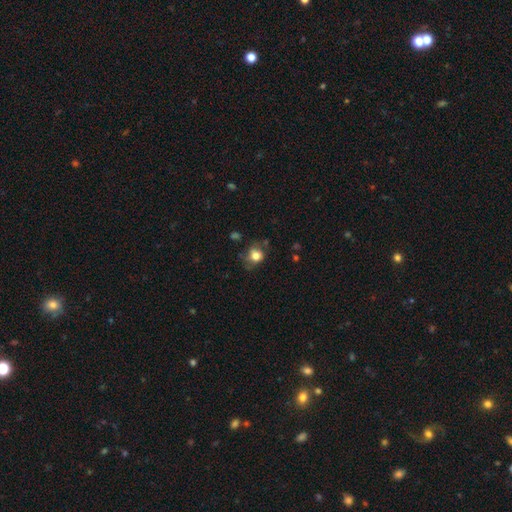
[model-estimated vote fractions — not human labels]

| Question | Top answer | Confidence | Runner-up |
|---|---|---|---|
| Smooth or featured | smooth | 78% | featured or disk (12%) |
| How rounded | round | 64% | in between (35%) |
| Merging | none | 59% | minor disturbance (26%) |